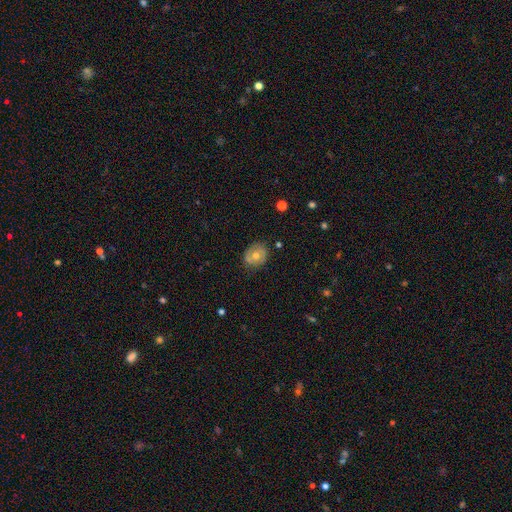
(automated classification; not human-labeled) This appears to be a smooth galaxy with no disk features (50%) that is round (60%). Merging: none (79%).